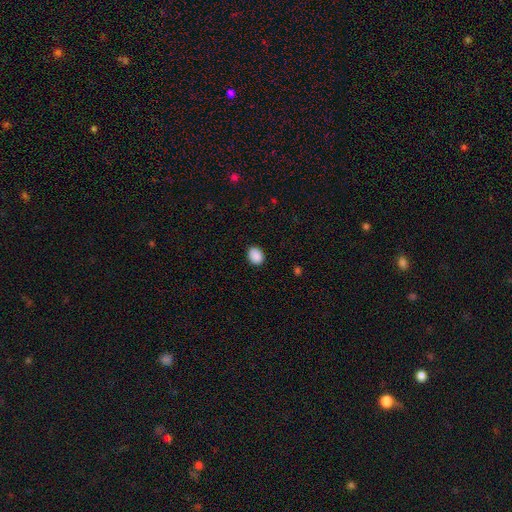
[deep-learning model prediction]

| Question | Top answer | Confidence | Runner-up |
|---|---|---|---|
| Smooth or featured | smooth | 89% | star or artifact (8%) |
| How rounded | in between | 60% | round (39%) |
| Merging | none | 87% | minor disturbance (10%) |